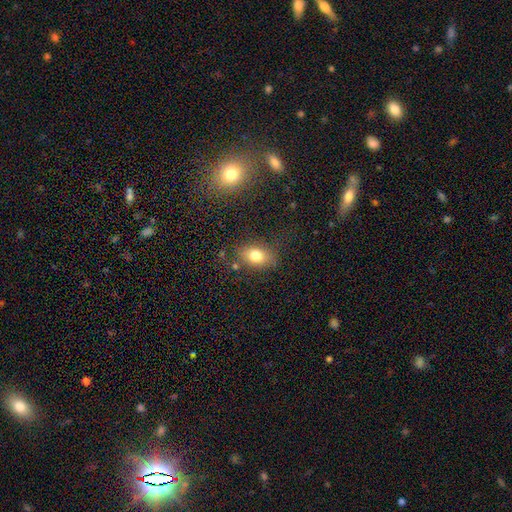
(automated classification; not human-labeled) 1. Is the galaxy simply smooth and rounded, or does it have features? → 77% smooth, 12% featured or disk, 11% star or artifact.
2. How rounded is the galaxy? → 73% in between, 25% round, 2% cigar-shaped.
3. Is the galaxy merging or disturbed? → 76% none, 15% minor disturbance, 5% major disturbance, 4% merger.